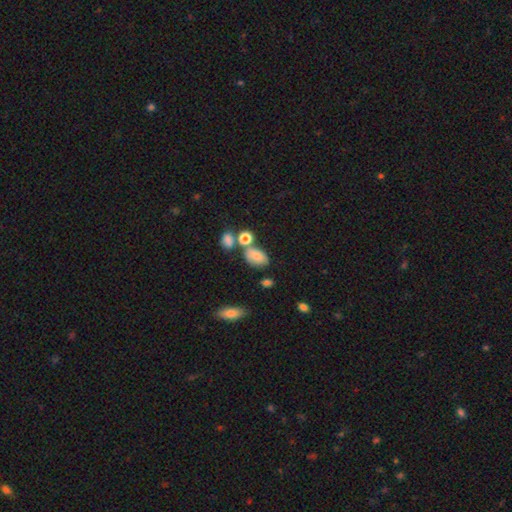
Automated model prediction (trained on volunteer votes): This is likely a smooth galaxy (75%). How rounded: clearly in between (83%). Merging: possibly none (49%).